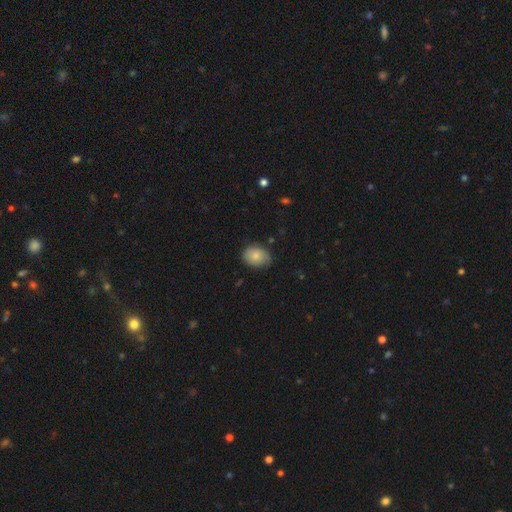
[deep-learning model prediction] A smooth galaxy with no disk features (81%) that is in between round and cigar-shaped (55%).

Vote fractions:
- Smooth or featured? smooth: 81% / featured or disk: 12% / star or artifact: 7%
- How rounded? in between: 55% / round: 44% / cigar-shaped: 1%
- Merging? none: 71% / minor disturbance: 23% / major disturbance: 4% / merger: 1%